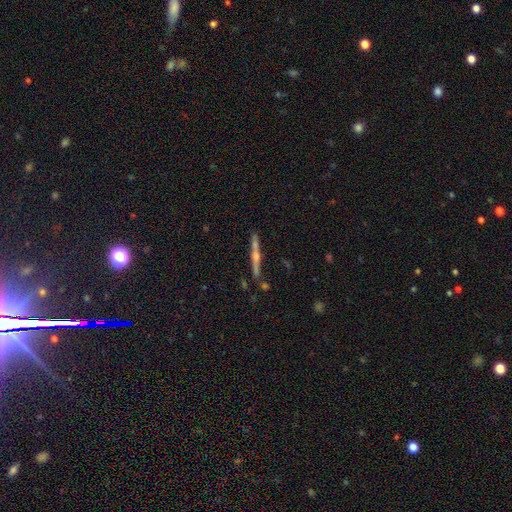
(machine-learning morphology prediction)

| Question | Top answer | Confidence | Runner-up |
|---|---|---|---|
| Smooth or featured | featured or disk | 72% | smooth (21%) |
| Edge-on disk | yes | 97% | no (3%) |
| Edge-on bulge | rounded | 82% | none (13%) |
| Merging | none | 85% | minor disturbance (9%) |